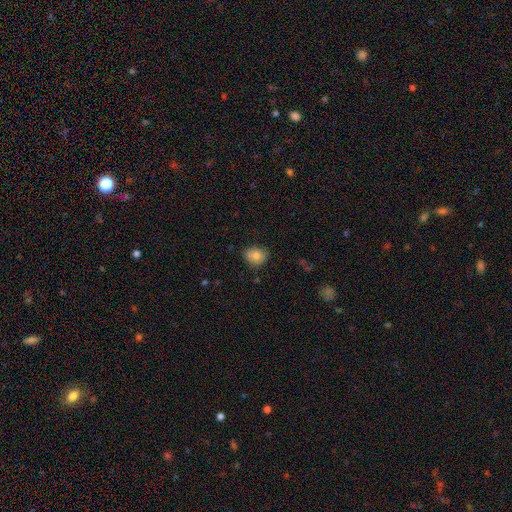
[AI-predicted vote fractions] Smooth or featured? Predicted: smooth (p=0.79). How rounded? Predicted: round (p=0.68). Merging? Predicted: none (p=0.74).